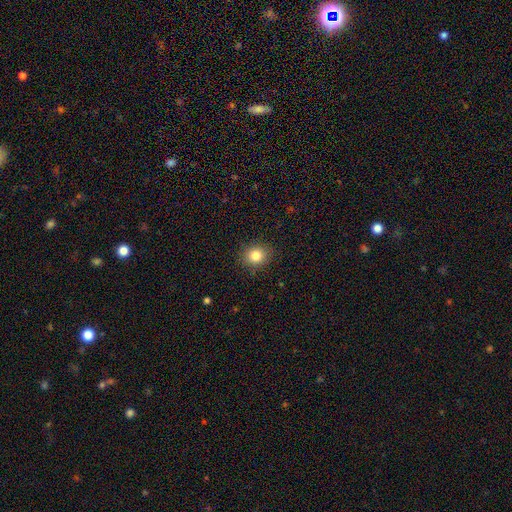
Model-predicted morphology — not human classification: This appears to be a smooth galaxy with no disk features (83%) that is round (75%). Merging: none (88%).